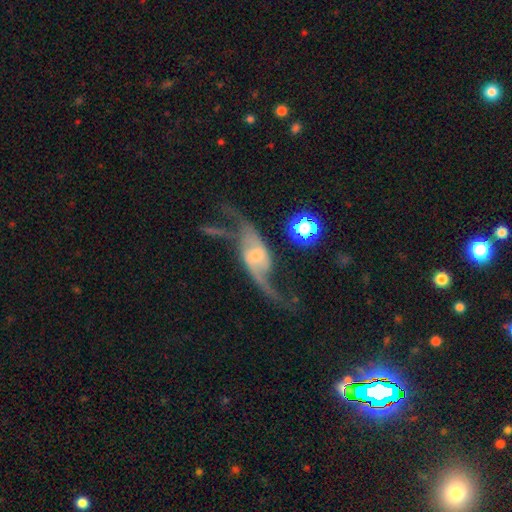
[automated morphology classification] A featured or disk galaxy (87%) with no bar (47%), 2 (92%) loose (85%) spiral arms (95%) and a small central bulge (59%).

Vote fractions:
- Smooth or featured? featured or disk: 87% / smooth: 7% / star or artifact: 6%
- Edge-on disk? no: 93% / yes: 7%
- Bar? no: 47% / weak: 37% / strong: 16%
- Spiral arms? yes: 95% / no: 5%
- Spiral winding? loose: 85% / medium: 12% / tight: 3%
- Spiral arm count? 2: 92% / 1: 3% / can't tell: 2% / 3: 1% / 4: 1% / more than 4: 1%
- Bulge size? small: 59% / moderate: 29% / none: 5% / large: 4% / dominant: 2%
- Merging? none: 54% / major disturbance: 22% / minor disturbance: 17% / merger: 7%